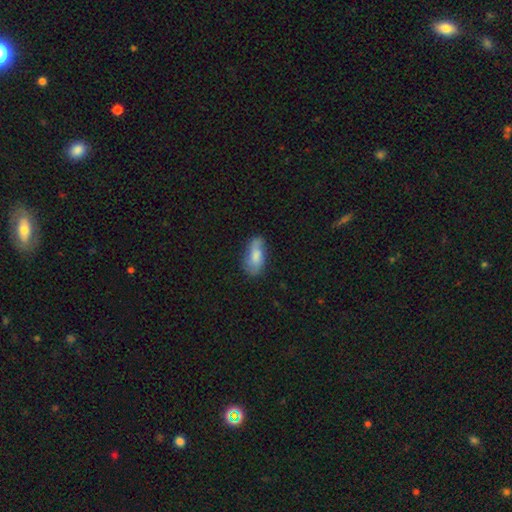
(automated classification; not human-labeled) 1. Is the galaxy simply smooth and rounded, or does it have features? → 67% smooth, 25% featured or disk, 7% star or artifact.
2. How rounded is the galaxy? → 86% in between, 11% cigar-shaped, 3% round.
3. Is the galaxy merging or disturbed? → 63% none, 27% minor disturbance, 8% major disturbance, 3% merger.